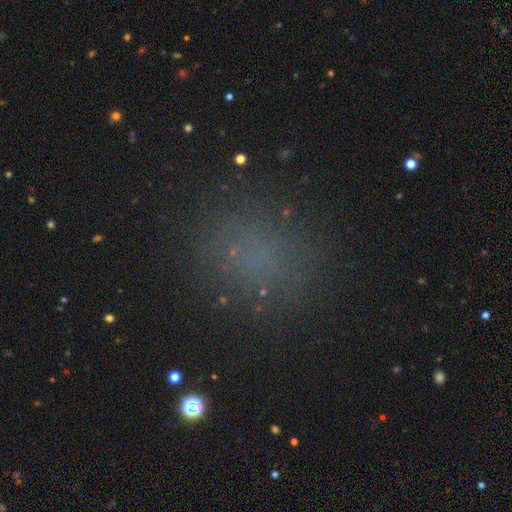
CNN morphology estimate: This appears to be a smooth galaxy with no disk features (65%) that is round (66%). Merging: none (83%).